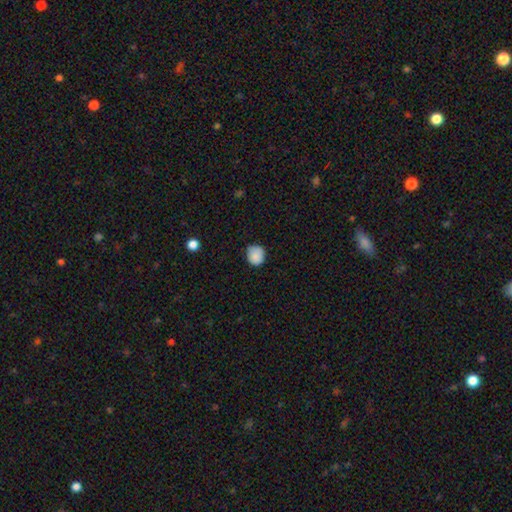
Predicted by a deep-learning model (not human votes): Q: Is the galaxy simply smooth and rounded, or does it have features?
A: smooth — 87%.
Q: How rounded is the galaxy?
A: round — 81%.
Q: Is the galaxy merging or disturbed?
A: none — 72%.